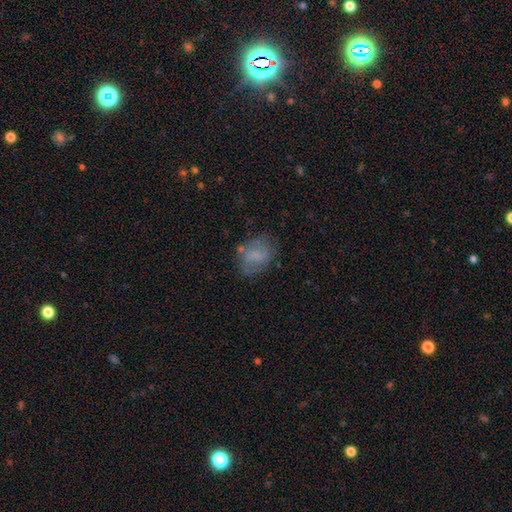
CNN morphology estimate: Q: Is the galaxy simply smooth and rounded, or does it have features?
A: smooth — 59%.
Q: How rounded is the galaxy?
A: in between — 68%.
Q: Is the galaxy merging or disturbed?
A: none — 61%.